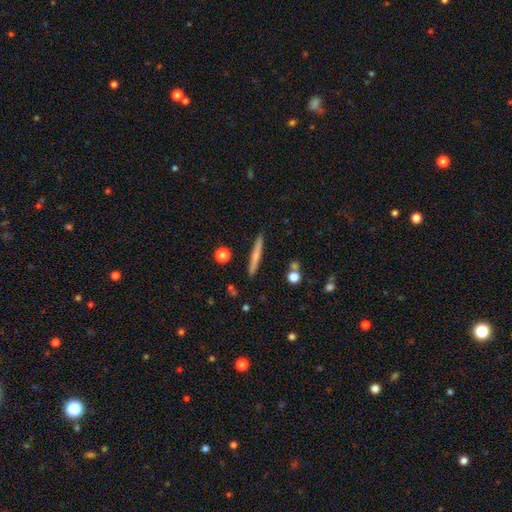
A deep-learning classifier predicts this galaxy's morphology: This is possibly a smooth galaxy (57%). How rounded: clearly cigar-shaped (95%). Merging: clearly none (90%).